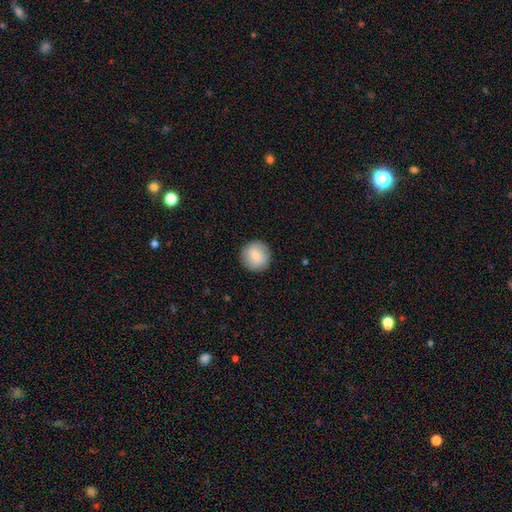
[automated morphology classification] Smooth or featured? smooth (81%)
How rounded? round (94%)
Merging? none (90%)